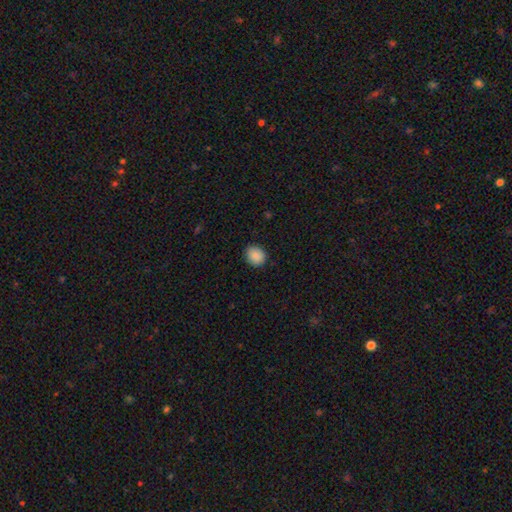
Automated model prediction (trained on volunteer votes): A smooth galaxy with no disk features (89%) that is round (69%). Merging: none (89%).